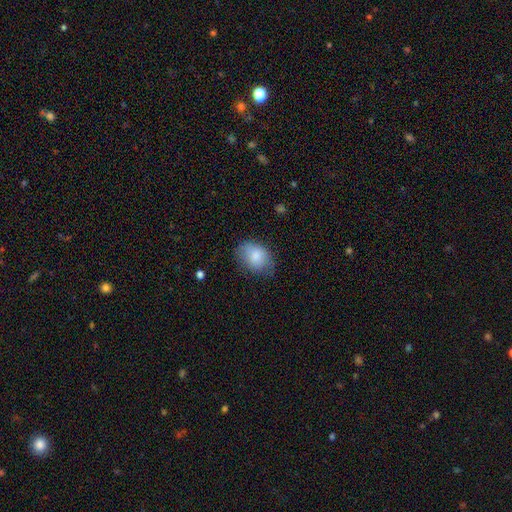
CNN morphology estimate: type=smooth (82%); roundness=in between (72%); merging=none (63%).